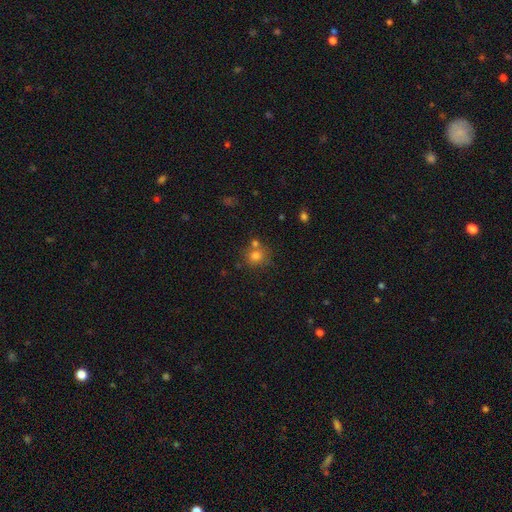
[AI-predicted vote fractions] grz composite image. It shows a smooth galaxy with no disk features (77%) that is round (85%). Merging: none (62%).